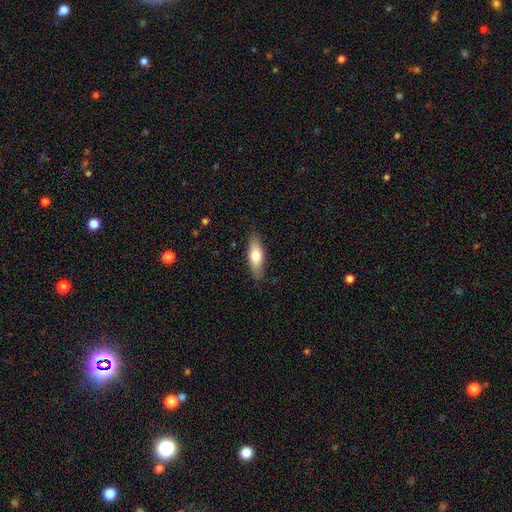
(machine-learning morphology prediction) Smooth or featured?
  - smooth: 72% *
  - featured or disk: 23%
  - star or artifact: 6%
How rounded?
  - in between: 57% *
  - cigar-shaped: 41%
  - round: 2%
Merging?
  - none: 85% *
  - minor disturbance: 11%
  - major disturbance: 2%
  - merger: 1%